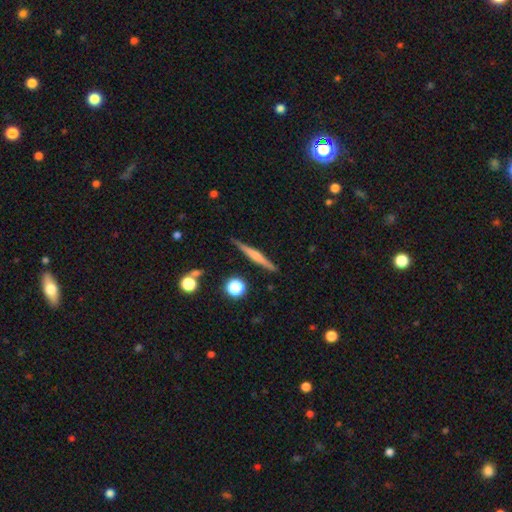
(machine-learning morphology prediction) Smooth or featured? featured or disk (57%)
Edge-on disk? yes (97%)
Edge-on bulge? rounded (51%)
Merging? none (88%)